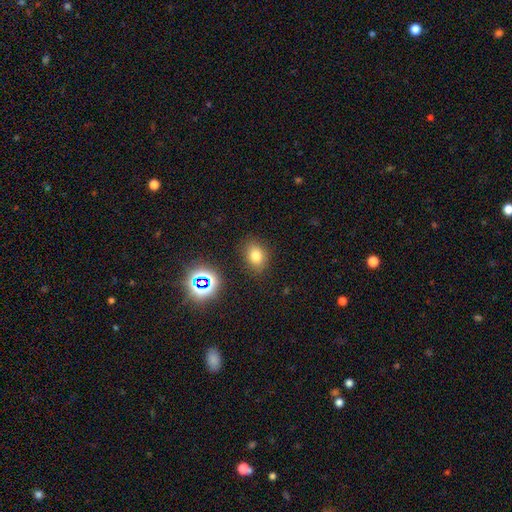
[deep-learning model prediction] smooth-or-featured: smooth: 74% | star or artifact: 18% | featured or disk: 8%
  how-rounded: in between: 61% | round: 38% | cigar-shaped: 1%
  merging: none: 83% | minor disturbance: 11% | major disturbance: 4% | merger: 2%